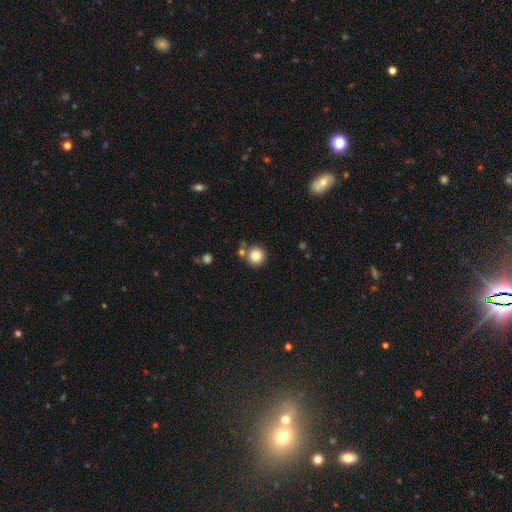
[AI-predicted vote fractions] Morphology: type=smooth (83%); roundness=round (94%); merging=none (77%).